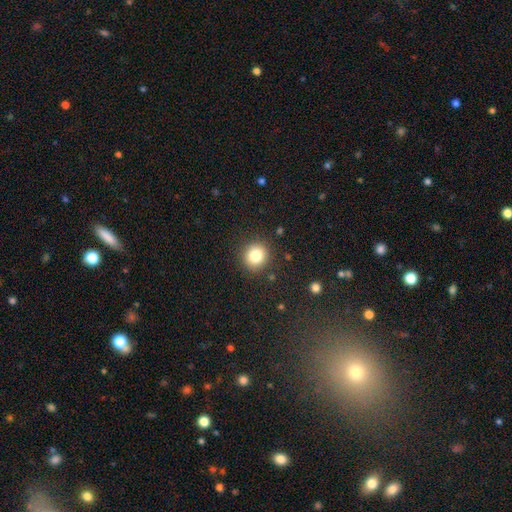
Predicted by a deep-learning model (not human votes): A smooth galaxy with no disk features (82%) that is round (89%).

Vote fractions:
- Smooth or featured? smooth: 82% / star or artifact: 11% / featured or disk: 7%
- How rounded? round: 89% / in between: 11% / cigar-shaped: 1%
- Merging? none: 89% / minor disturbance: 7% / major disturbance: 3% / merger: 1%